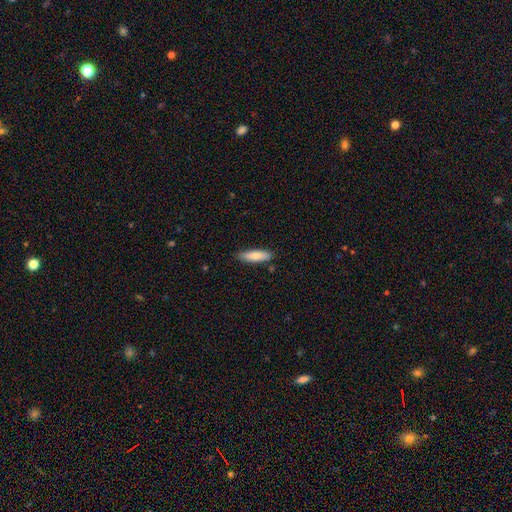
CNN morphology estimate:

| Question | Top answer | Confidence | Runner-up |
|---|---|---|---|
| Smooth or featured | smooth | 81% | featured or disk (13%) |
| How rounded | cigar-shaped | 58% | in between (41%) |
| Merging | none | 84% | minor disturbance (12%) |